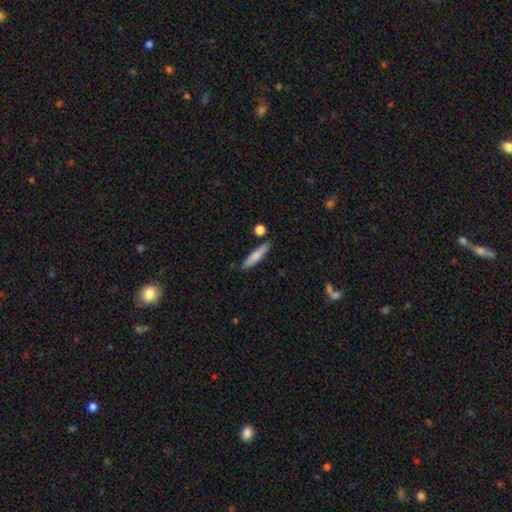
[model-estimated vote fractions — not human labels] This is likely a smooth galaxy (77%). How rounded: clearly cigar-shaped (86%). Merging: clearly none (83%).